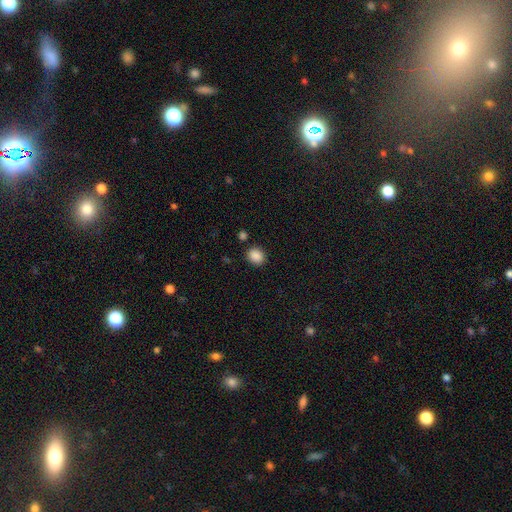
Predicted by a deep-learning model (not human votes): Morphology: type=smooth (88%); roundness=round (65%); merging=none (85%).